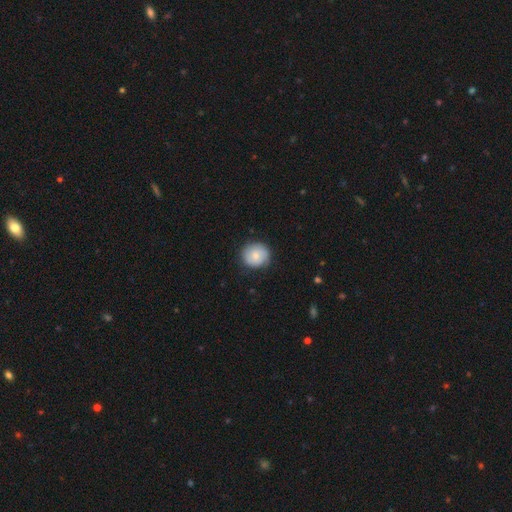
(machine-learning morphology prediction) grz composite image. It shows a smooth galaxy with no disk features (68%) that is round (86%). Merging: none (81%).